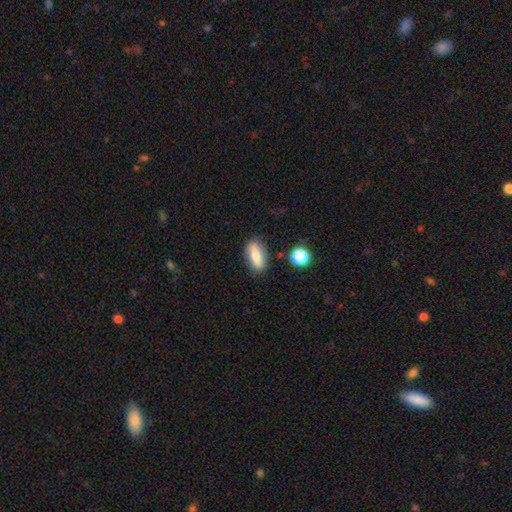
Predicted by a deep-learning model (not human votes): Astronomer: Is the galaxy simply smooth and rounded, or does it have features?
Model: smooth — 70%.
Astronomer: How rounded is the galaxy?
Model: in between — 78%.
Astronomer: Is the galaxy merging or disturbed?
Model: none — 83%.